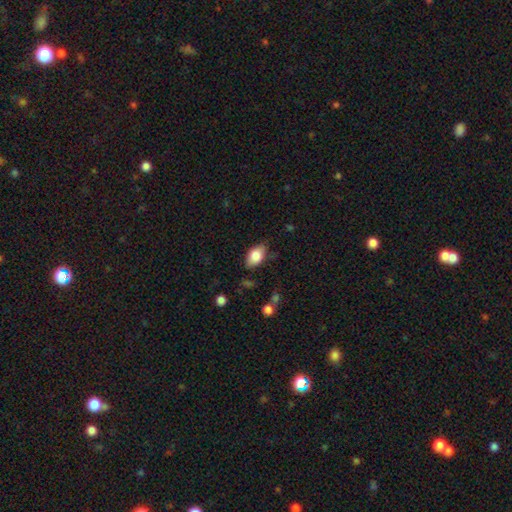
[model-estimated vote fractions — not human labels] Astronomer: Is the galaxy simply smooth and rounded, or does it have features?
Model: smooth — 82%.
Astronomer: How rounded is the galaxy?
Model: in between — 89%.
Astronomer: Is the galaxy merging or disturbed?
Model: none — 76%.